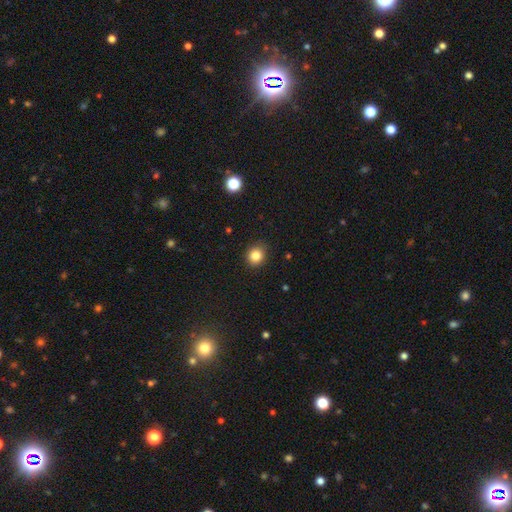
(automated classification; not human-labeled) smooth-or-featured: smooth: 84% | star or artifact: 11% | featured or disk: 5%
  how-rounded: round: 83% | in between: 17% | cigar-shaped: 1%
  merging: none: 88% | minor disturbance: 9% | major disturbance: 2% | merger: 1%